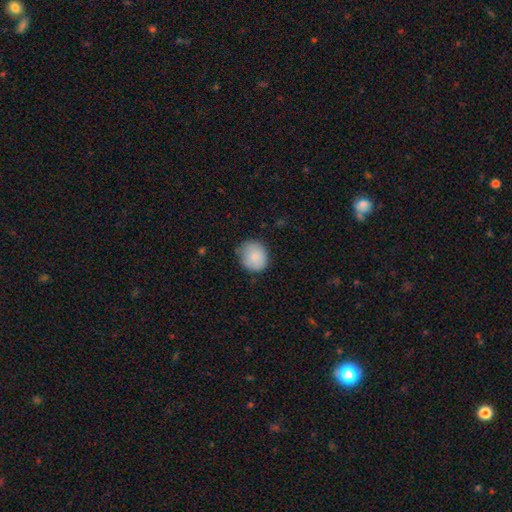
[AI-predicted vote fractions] The model was most divided on "merging": none: 76%, minor disturbance: 19%, major disturbance: 4%, merger: 1%. More confident: smooth or featured — smooth (86%); how rounded — round (81%).